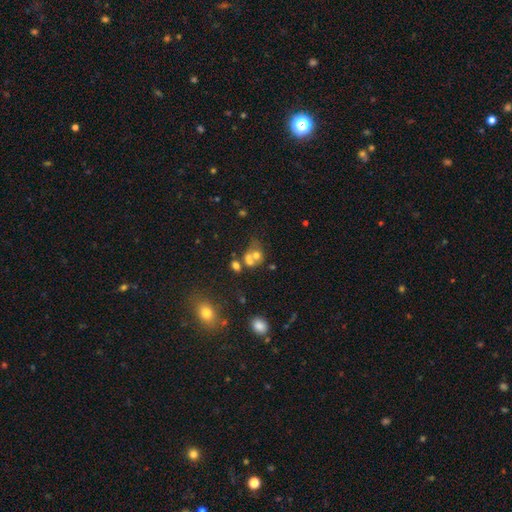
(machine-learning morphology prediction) smooth-or-featured: smooth: 59% | featured or disk: 24% | star or artifact: 17%
  how-rounded: round: 52% | in between: 46% | cigar-shaped: 1%
  merging: merger: 53% | none: 27% | minor disturbance: 10% | major disturbance: 10%